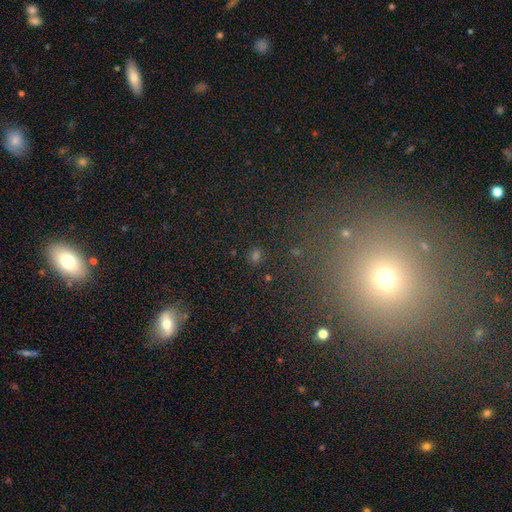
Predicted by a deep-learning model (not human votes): Smooth or featured? smooth (60%)
How rounded? round (67%)
Merging? none (84%)